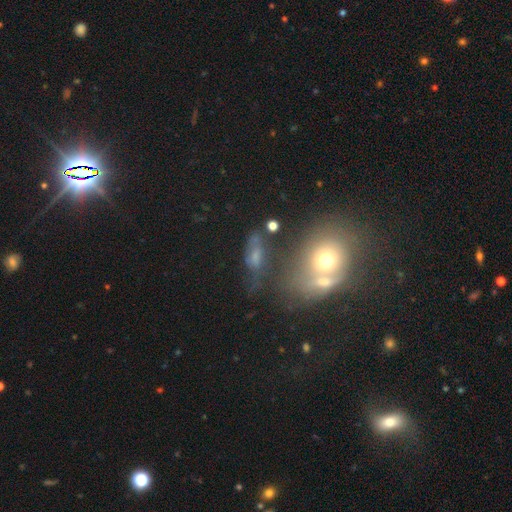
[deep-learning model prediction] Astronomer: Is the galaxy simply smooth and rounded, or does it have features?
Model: smooth — 45% (runner-up: featured or disk, 36%).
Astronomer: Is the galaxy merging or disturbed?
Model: none — 39% (runner-up: merger, 22%).